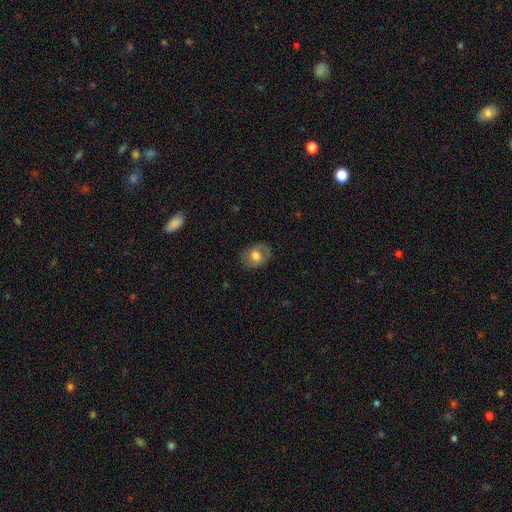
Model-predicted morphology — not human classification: Q: Smooth or featured?
A: smooth (60%); runner-up: featured or disk (32%)
Q: How rounded?
A: in between (55%); runner-up: round (44%)
Q: Merging?
A: none (78%); runner-up: minor disturbance (16%)